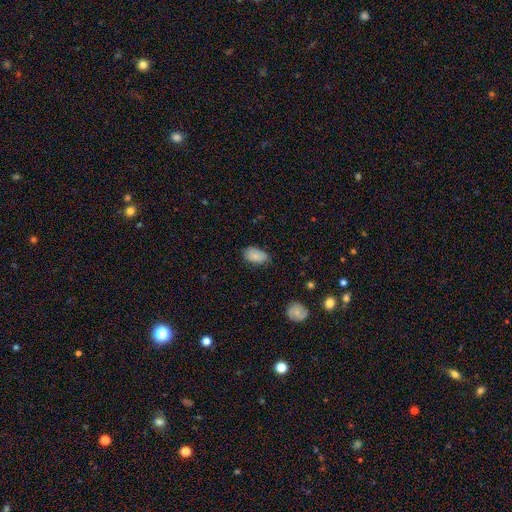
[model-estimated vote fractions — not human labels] Smooth or featured?
  - smooth: 83% *
  - featured or disk: 9%
  - star or artifact: 8%
How rounded?
  - in between: 93% *
  - round: 5%
  - cigar-shaped: 2%
Merging?
  - none: 69% *
  - minor disturbance: 25%
  - major disturbance: 4%
  - merger: 1%